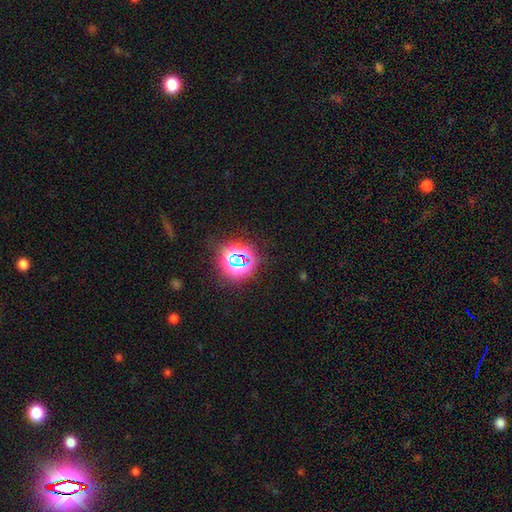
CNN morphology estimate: Overall: star or artifact (72%).